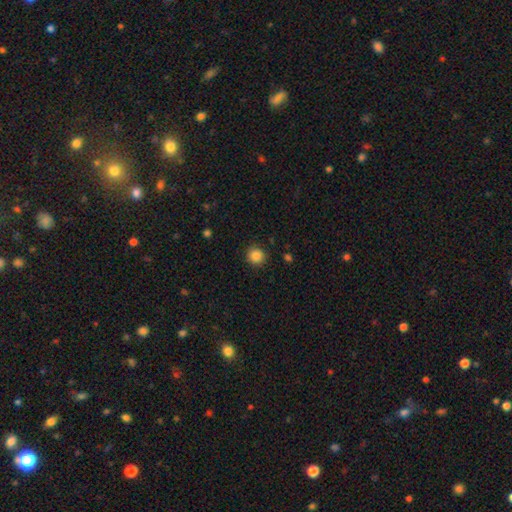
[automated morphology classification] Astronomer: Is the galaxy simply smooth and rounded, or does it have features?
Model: smooth — 86%.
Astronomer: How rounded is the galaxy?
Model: round — 93%.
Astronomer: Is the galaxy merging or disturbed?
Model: none — 90%.